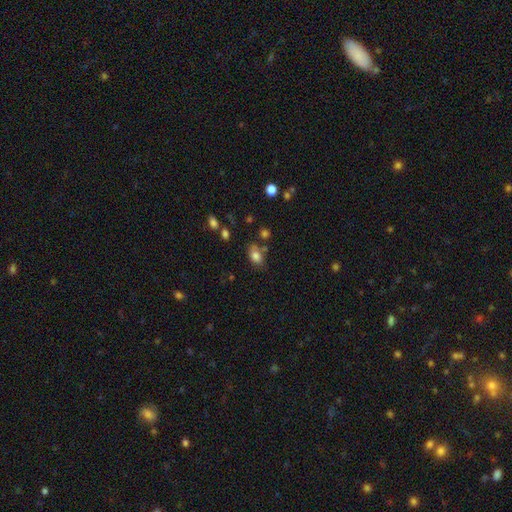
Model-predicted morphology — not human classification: Smooth or featured: smooth — 81% (star or artifact — 10%)
How rounded: in between — 83% (round — 15%)
Merging: none — 63% (minor disturbance — 20%)